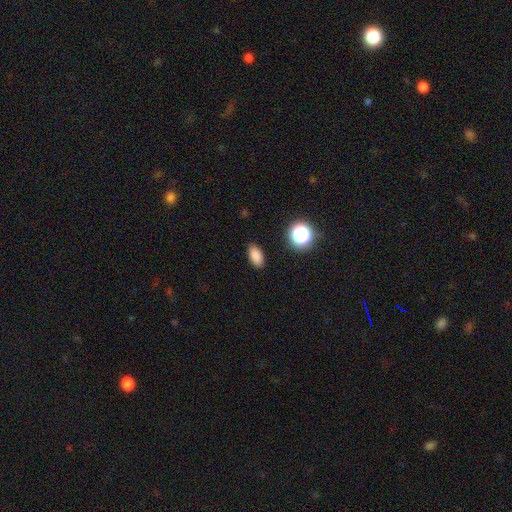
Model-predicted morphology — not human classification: Smooth or featured?
  - smooth: 85% *
  - star or artifact: 11%
  - featured or disk: 4%
How rounded?
  - in between: 88% *
  - round: 8%
  - cigar-shaped: 4%
Merging?
  - none: 88% *
  - minor disturbance: 8%
  - major disturbance: 2%
  - merger: 1%